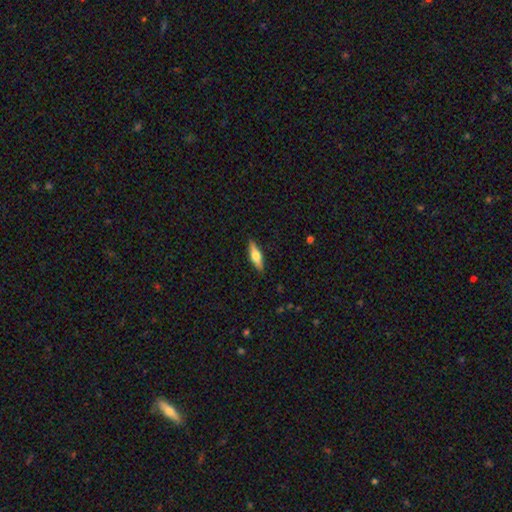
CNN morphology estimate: type=smooth (54%); roundness=cigar-shaped (59%); merging=none (89%).